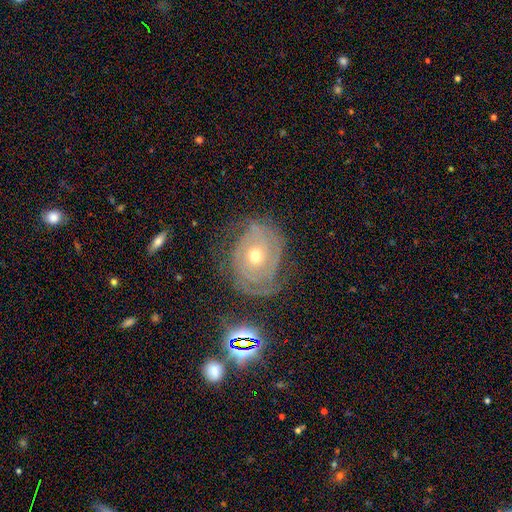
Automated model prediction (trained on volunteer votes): A featured or disk galaxy (81%) with no bar (77%), tight (73%) spiral arms (90%) and a moderate central bulge (63%).

Vote fractions:
- Smooth or featured? featured or disk: 81% / smooth: 10% / star or artifact: 9%
- Edge-on disk? no: 96% / yes: 4%
- Bar? no: 77% / weak: 18% / strong: 6%
- Spiral arms? yes: 90% / no: 10%
- Spiral winding? tight: 73% / medium: 21% / loose: 6%
- Spiral arm count? can't tell: 34% / 2: 31% / 3: 19% / 4: 6% / 1: 6% / more than 4: 5%
- Bulge size? moderate: 63% / small: 33% / large: 2% / dominant: 1% / none: 1%
- Merging? none: 66% / minor disturbance: 21% / major disturbance: 11% / merger: 2%